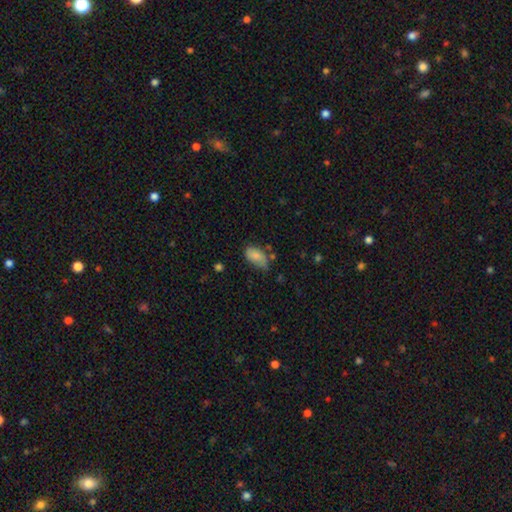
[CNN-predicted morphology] A smooth galaxy with no disk features (76%) that is in between round and cigar-shaped (92%).

Vote fractions:
- Smooth or featured? smooth: 76% / featured or disk: 17% / star or artifact: 8%
- How rounded? in between: 92% / round: 6% / cigar-shaped: 2%
- Merging? none: 47% / minor disturbance: 38% / major disturbance: 10% / merger: 5%